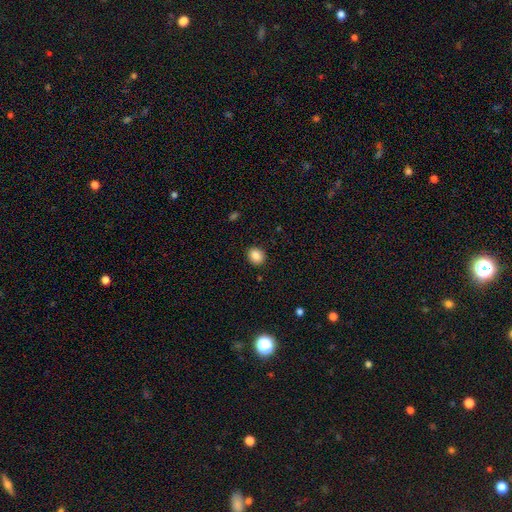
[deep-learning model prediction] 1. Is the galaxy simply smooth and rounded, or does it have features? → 87% smooth, 9% star or artifact, 4% featured or disk.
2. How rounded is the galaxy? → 71% round, 28% in between, 1% cigar-shaped.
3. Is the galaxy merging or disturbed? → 90% none, 7% minor disturbance, 2% major disturbance, 1% merger.